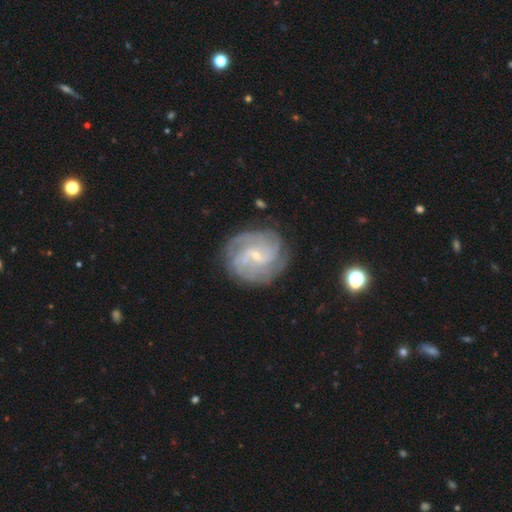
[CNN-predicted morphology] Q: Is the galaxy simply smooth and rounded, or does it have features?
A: featured or disk — 84%.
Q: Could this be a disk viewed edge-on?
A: no — 98%.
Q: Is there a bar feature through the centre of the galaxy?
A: weak — 49%.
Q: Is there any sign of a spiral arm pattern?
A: yes — 95%.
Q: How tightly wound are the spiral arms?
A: tight — 58%.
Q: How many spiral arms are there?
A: can't tell — 31%.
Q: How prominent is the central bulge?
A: small — 78%.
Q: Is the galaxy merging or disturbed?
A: none — 78%.